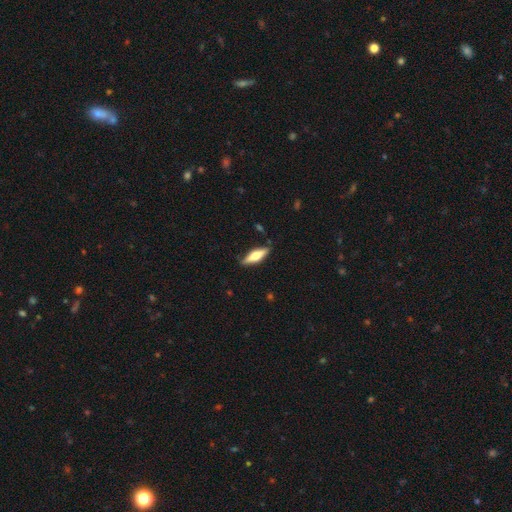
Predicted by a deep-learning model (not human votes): Morphology: type=smooth (51%); roundness=cigar-shaped (52%); merging=none (84%).